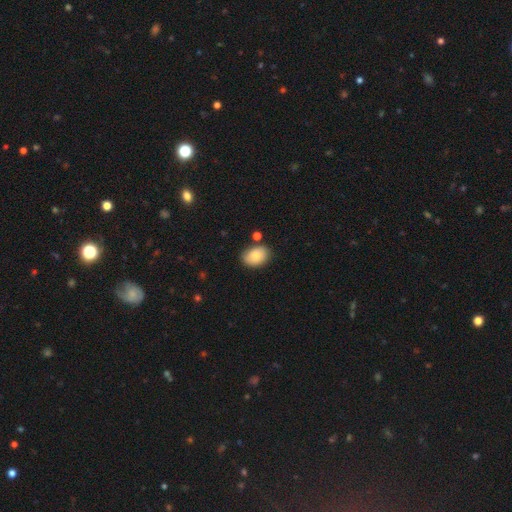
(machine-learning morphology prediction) Smooth or featured: smooth — 83% (featured or disk — 10%)
How rounded: in between — 79% (round — 20%)
Merging: none — 77% (minor disturbance — 15%)